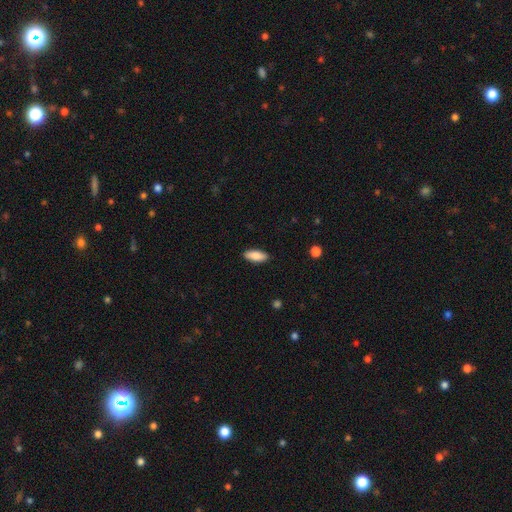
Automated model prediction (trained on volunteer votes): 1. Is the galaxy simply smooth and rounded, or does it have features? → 87% smooth, 7% featured or disk, 6% star or artifact.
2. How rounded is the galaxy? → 82% in between, 16% cigar-shaped, 2% round.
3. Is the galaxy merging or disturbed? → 89% none, 8% minor disturbance, 2% major disturbance, 1% merger.